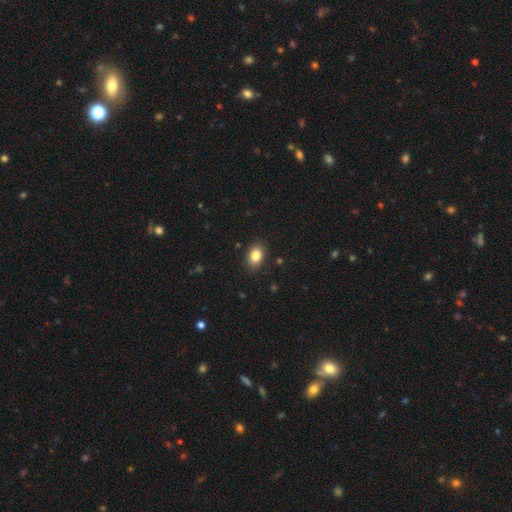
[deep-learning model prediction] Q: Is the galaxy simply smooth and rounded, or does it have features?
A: smooth — 85%.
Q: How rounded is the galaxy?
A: in between — 77%.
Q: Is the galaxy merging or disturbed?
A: none — 87%.